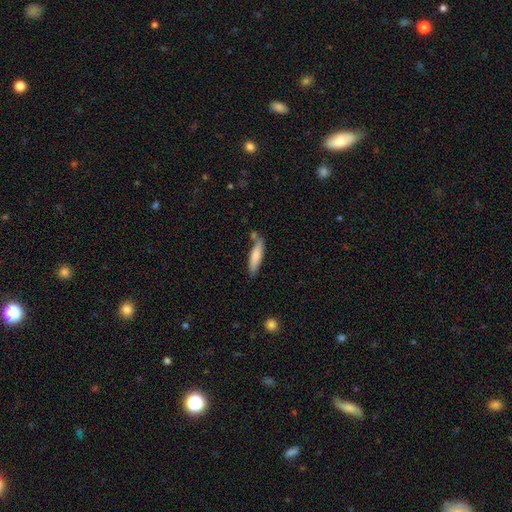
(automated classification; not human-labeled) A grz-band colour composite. It shows a smooth galaxy with no disk features (77%) that is cigar-shaped (73%). Merging: none (69%).